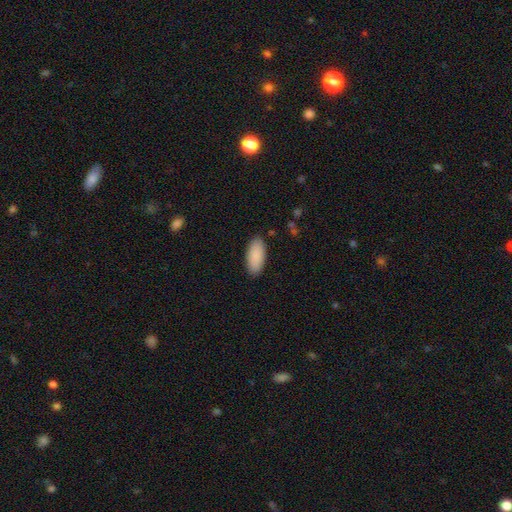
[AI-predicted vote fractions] Smooth or featured?
  - smooth: 90% *
  - star or artifact: 6%
  - featured or disk: 4%
How rounded?
  - in between: 88% *
  - cigar-shaped: 11%
  - round: 2%
Merging?
  - none: 89% *
  - minor disturbance: 8%
  - major disturbance: 2%
  - merger: 1%